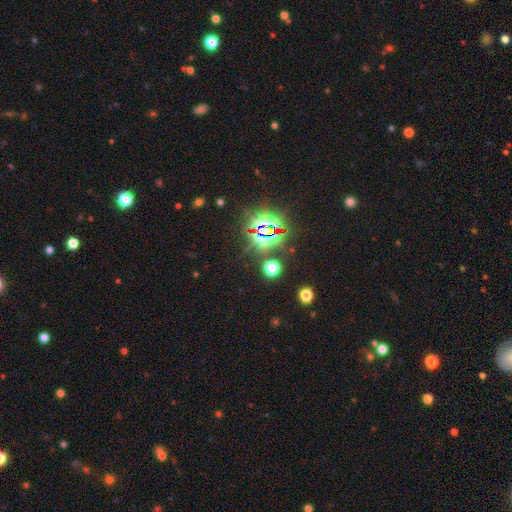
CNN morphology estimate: smooth-or-featured: star or artifact: 82% | smooth: 12% | featured or disk: 6%